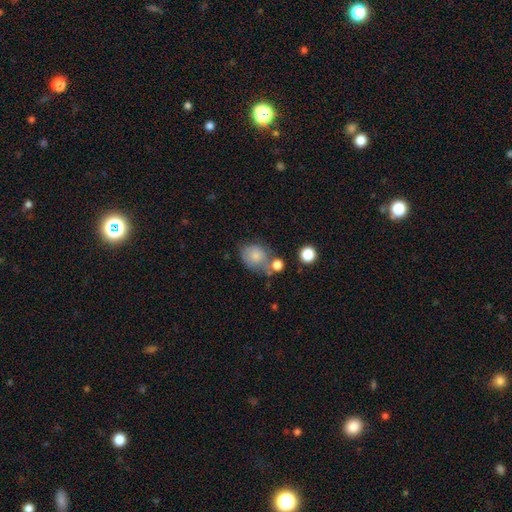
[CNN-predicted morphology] This appears to be a smooth galaxy with no disk features (77%) that is round (57%). Merging: none (43%).